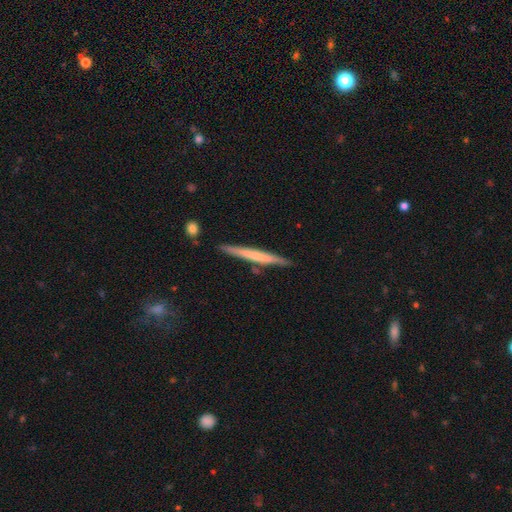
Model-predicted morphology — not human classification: Smooth or featured?
  - smooth: 50% *
  - featured or disk: 45%
  - star or artifact: 5%
Merging?
  - none: 85% *
  - minor disturbance: 10%
  - merger: 3%
  - major disturbance: 2%